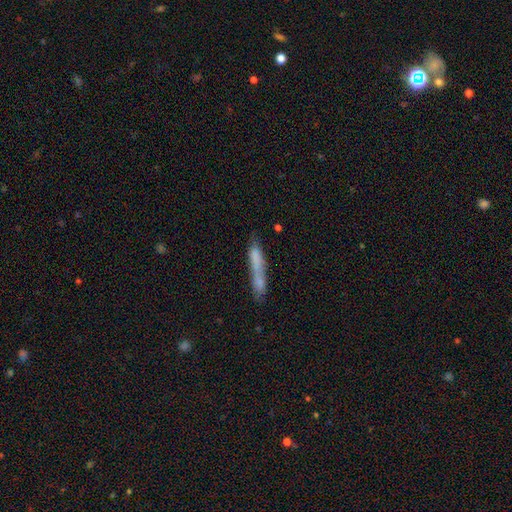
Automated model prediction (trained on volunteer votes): The model was most divided on "merging": none: 47%, merger: 25%, minor disturbance: 18%, major disturbance: 9%. More confident: how rounded — cigar-shaped (88%); smooth or featured — smooth (63%).